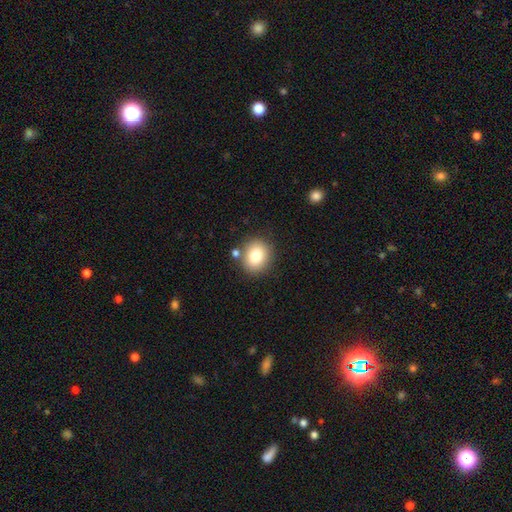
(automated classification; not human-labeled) A smooth galaxy with no disk features (80%) that is round (74%). Merging: none (80%).